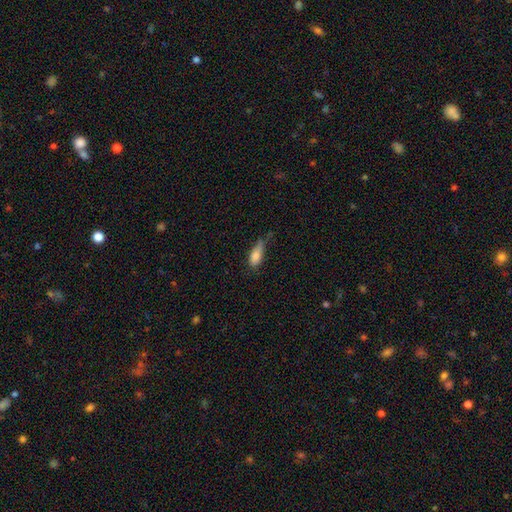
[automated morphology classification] Smooth or featured? Predicted: smooth (p=0.82). How rounded? Predicted: in between (p=0.78). Merging? Predicted: minor disturbance (p=0.44).